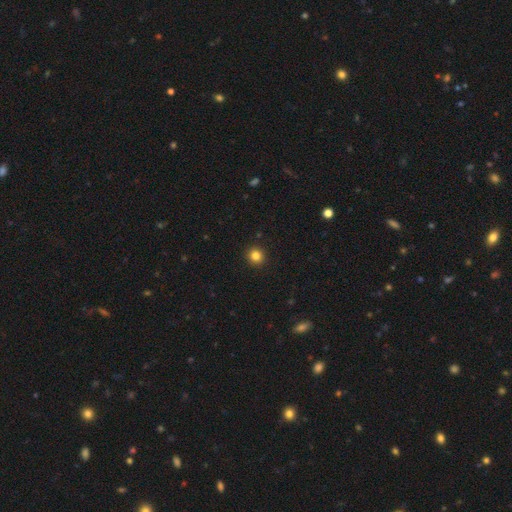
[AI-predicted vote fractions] Smooth or featured? Predicted: smooth (p=0.83). How rounded? Predicted: round (p=0.93). Merging? Predicted: none (p=0.93).